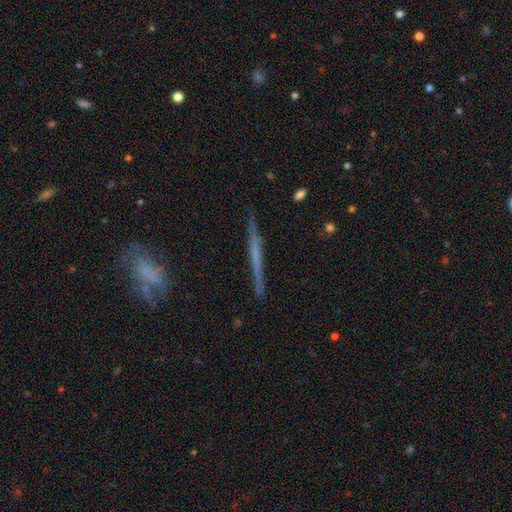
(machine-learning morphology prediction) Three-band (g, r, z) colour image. It shows a featured or disk galaxy (60%) viewed edge-on (96%) with no central bulge (77%). Merging: none (86%).